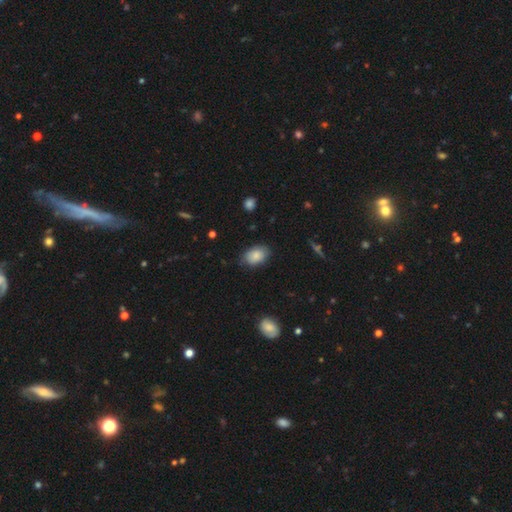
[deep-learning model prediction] The model was most divided on "merging": none: 78%, minor disturbance: 17%, major disturbance: 3%, merger: 1%. More confident: how rounded — in between (87%); smooth or featured — smooth (84%).